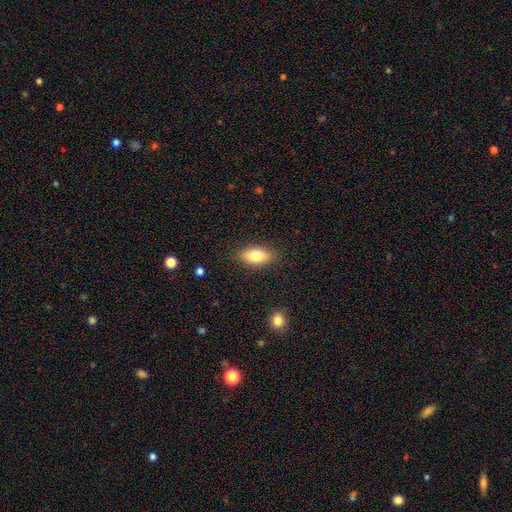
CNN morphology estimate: Smooth or featured?
  - smooth: 80% *
  - featured or disk: 12%
  - star or artifact: 7%
How rounded?
  - in between: 88% *
  - cigar-shaped: 7%
  - round: 5%
Merging?
  - none: 85% *
  - minor disturbance: 11%
  - major disturbance: 3%
  - merger: 1%